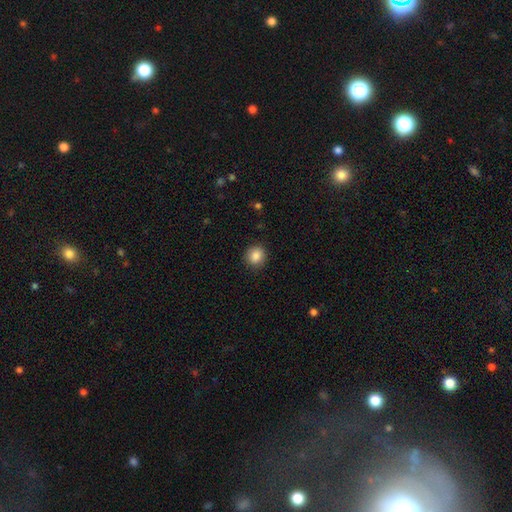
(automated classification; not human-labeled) smooth-or-featured: smooth: 87% | star or artifact: 9% | featured or disk: 4%
  how-rounded: round: 88% | in between: 11% | cigar-shaped: 1%
  merging: none: 90% | minor disturbance: 7% | major disturbance: 2% | merger: 1%